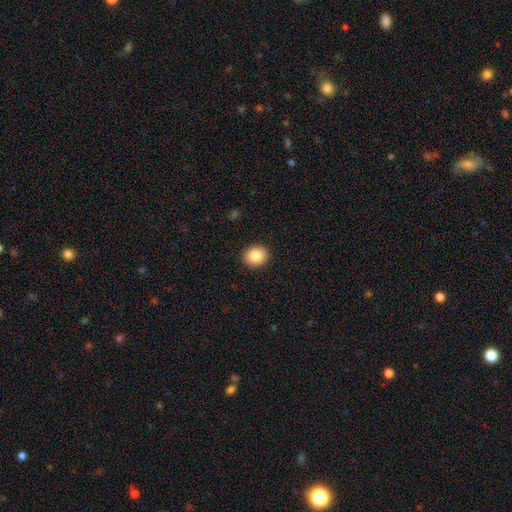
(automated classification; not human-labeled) Smooth or featured?
  - smooth: 87% *
  - star or artifact: 8%
  - featured or disk: 5%
How rounded?
  - round: 66% *
  - in between: 33%
  - cigar-shaped: 1%
Merging?
  - none: 91% *
  - minor disturbance: 6%
  - major disturbance: 2%
  - merger: 1%